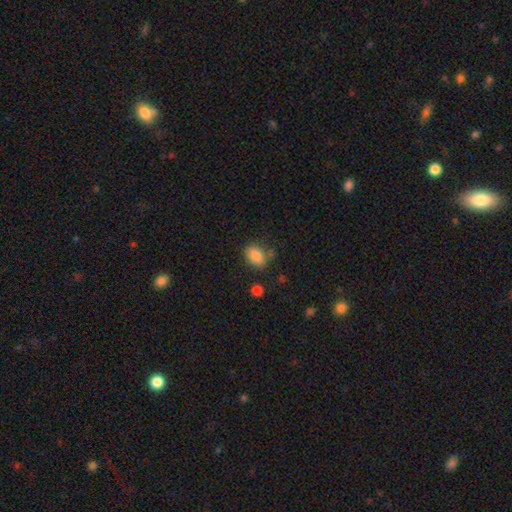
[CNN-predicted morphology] Overall: smooth (86%). How rounded: in between (80%). Merging: none (72%).